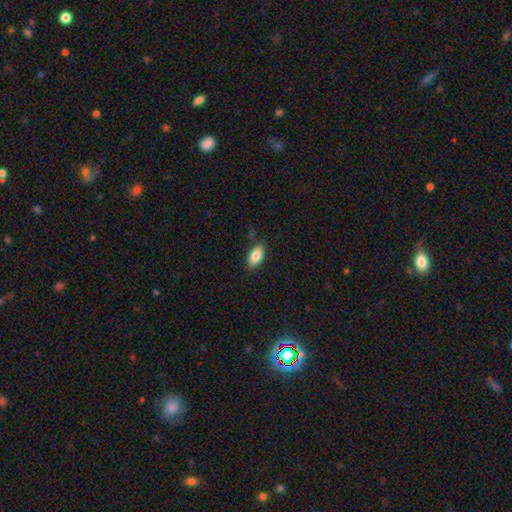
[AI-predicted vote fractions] A smooth galaxy with no disk features (83%) that is in between round and cigar-shaped (89%).

Vote fractions:
- Smooth or featured? smooth: 83% / featured or disk: 10% / star or artifact: 7%
- How rounded? in between: 89% / cigar-shaped: 8% / round: 3%
- Merging? none: 83% / minor disturbance: 13% / major disturbance: 3% / merger: 1%